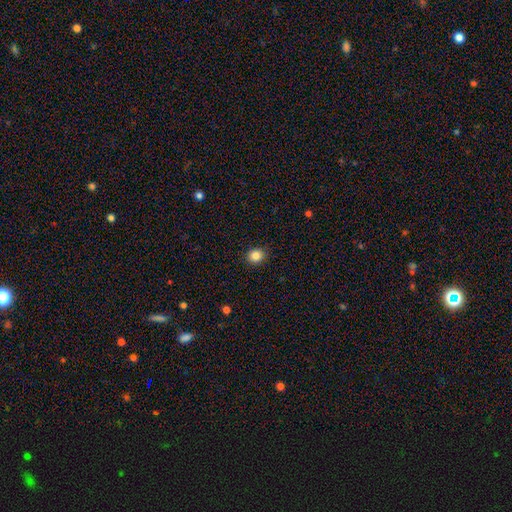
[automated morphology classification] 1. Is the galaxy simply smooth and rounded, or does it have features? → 85% smooth, 11% star or artifact, 4% featured or disk.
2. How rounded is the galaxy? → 77% round, 22% in between, 1% cigar-shaped.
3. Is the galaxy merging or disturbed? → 90% none, 7% minor disturbance, 2% major disturbance, 1% merger.